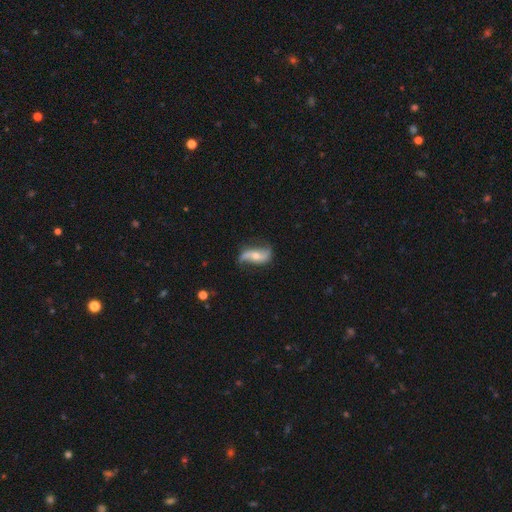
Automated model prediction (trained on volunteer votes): A featured or disk galaxy (80%) with no bar (49%), 2 (92%) loose (85%) spiral arms (93%) and a moderate central bulge (54%). Merging: none (70%).